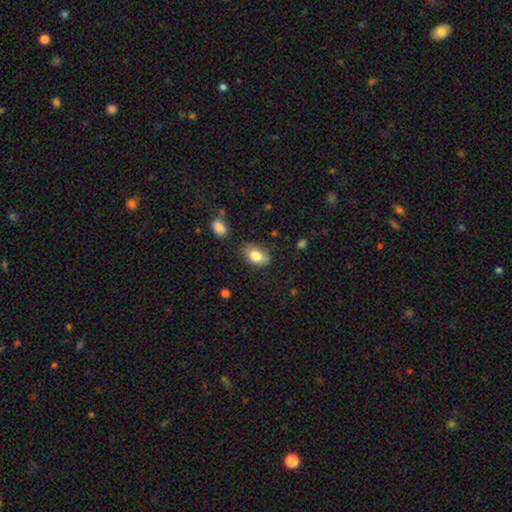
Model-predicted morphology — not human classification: A smooth galaxy with no disk features (80%) that is in between round and cigar-shaped (89%). Merging: none (72%).